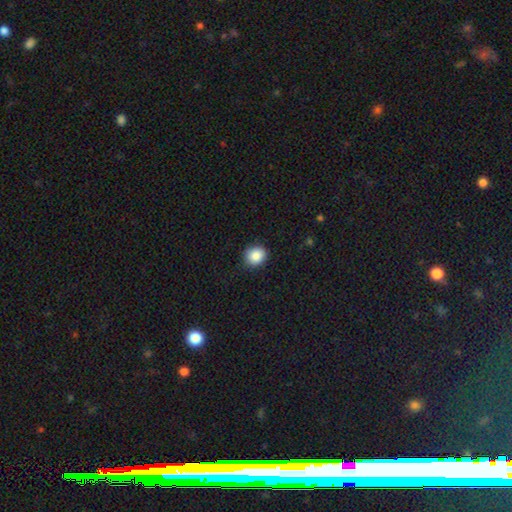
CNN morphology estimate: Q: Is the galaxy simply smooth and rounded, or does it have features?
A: smooth — 87%.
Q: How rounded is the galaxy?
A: round — 81%.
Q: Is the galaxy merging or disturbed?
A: none — 88%.